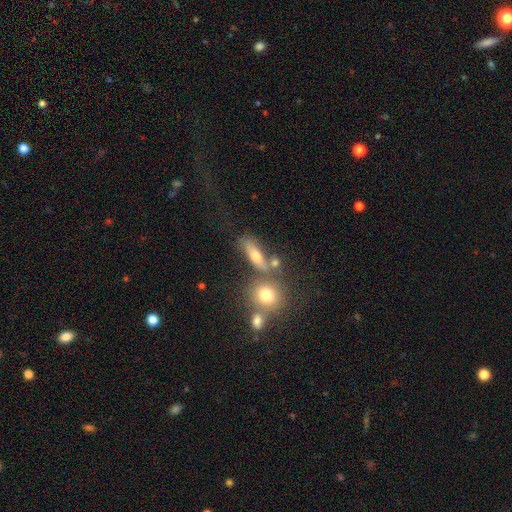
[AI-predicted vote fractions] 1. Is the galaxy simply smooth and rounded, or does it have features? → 61% smooth, 25% featured or disk, 14% star or artifact.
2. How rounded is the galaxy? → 44% in between, 38% cigar-shaped, 18% round.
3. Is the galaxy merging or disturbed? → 57% none, 21% merger, 14% minor disturbance, 8% major disturbance.